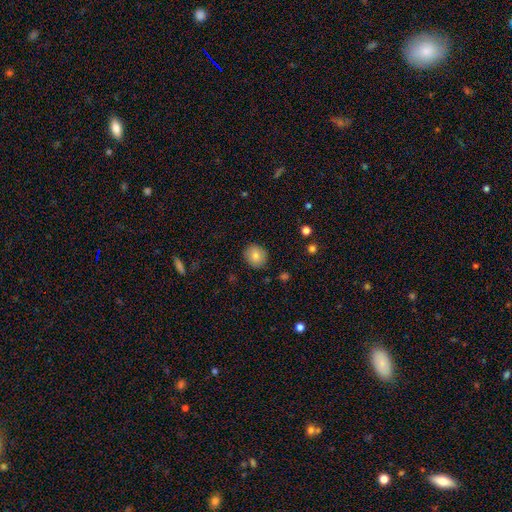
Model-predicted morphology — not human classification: smooth-or-featured: smooth: 81% | featured or disk: 10% | star or artifact: 9%
  how-rounded: round: 80% | in between: 20% | cigar-shaped: 1%
  merging: none: 89% | minor disturbance: 8% | major disturbance: 2% | merger: 1%